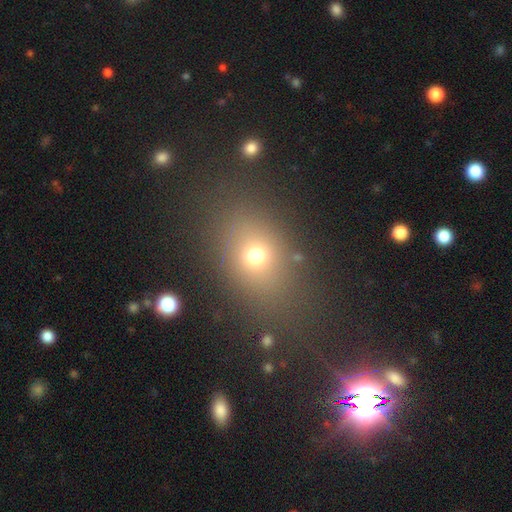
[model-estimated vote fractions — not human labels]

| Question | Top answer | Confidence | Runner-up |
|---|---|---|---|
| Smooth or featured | smooth | 70% | star or artifact (18%) |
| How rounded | in between | 61% | round (36%) |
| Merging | none | 76% | minor disturbance (12%) |